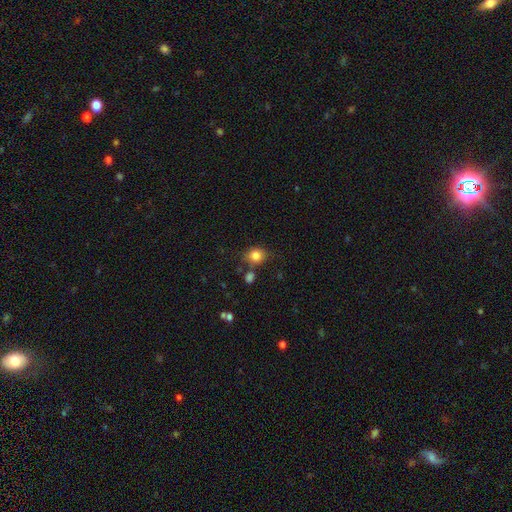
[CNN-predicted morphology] Smooth or featured? Predicted: smooth (p=0.83). How rounded? Predicted: round (p=0.67). Merging? Predicted: none (p=0.71).